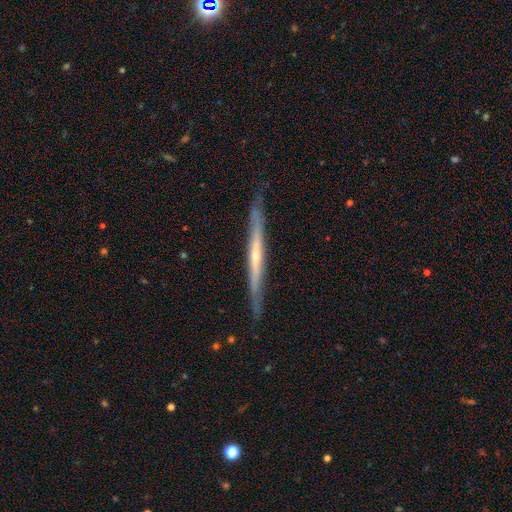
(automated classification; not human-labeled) Smooth or featured? Predicted: featured or disk (p=0.72). Edge-on disk? Predicted: yes (p=0.96). Edge-on bulge? Predicted: none (p=0.52). Merging? Predicted: none (p=0.86).